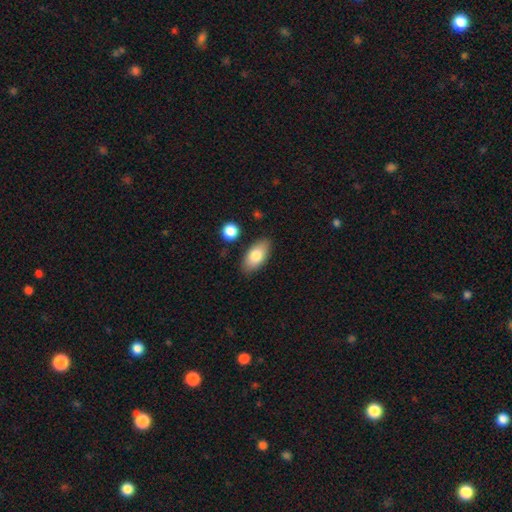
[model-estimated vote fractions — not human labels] Morphology: type=smooth (81%); roundness=in between (92%); merging=none (84%).